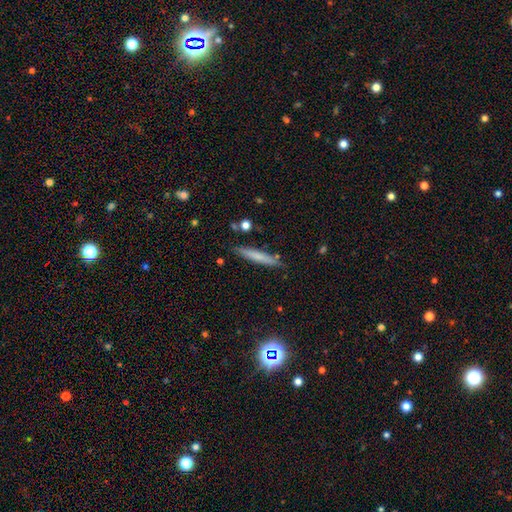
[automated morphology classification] A smooth galaxy with no disk features (58%) that is cigar-shaped (93%). Merging: none (87%).